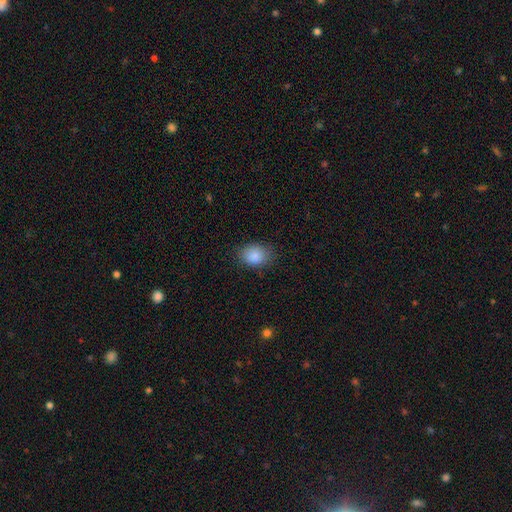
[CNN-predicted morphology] Smooth or featured: smooth — 88% (star or artifact — 8%)
How rounded: in between — 67% (round — 32%)
Merging: none — 79% (minor disturbance — 16%)